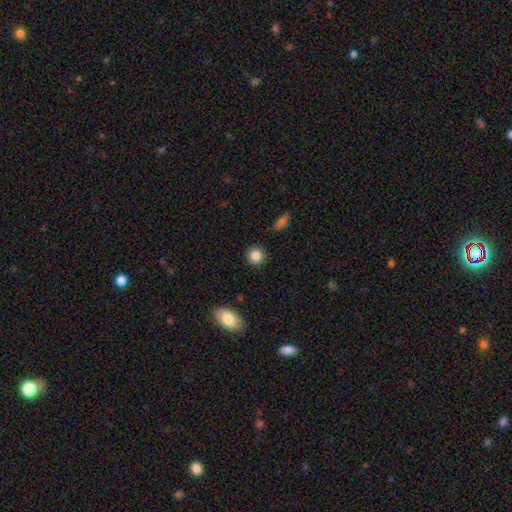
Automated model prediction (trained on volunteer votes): Smooth or featured? smooth (85%)
How rounded? round (90%)
Merging? none (90%)